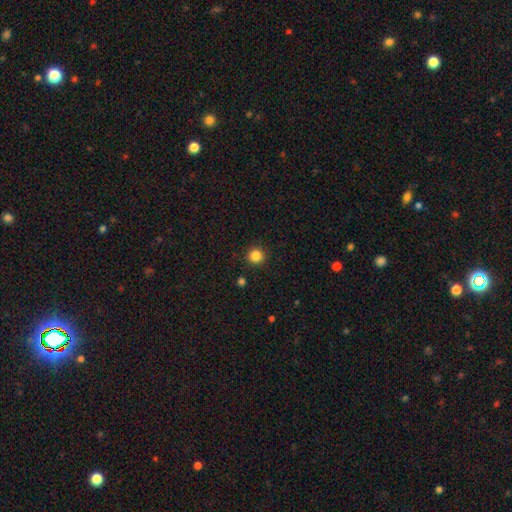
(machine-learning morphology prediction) smooth_or_featured: smooth (p=0.85) [alt: star or artifact p=0.11]
how_rounded: round (p=0.95) [alt: in between p=0.04]
merging: none (p=0.91) [alt: minor disturbance p=0.05]